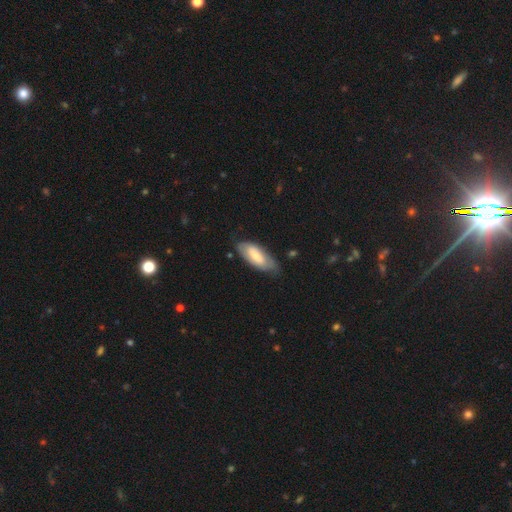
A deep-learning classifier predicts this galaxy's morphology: Q: Smooth or featured?
A: smooth (60%); runner-up: featured or disk (34%)
Q: How rounded?
A: in between (84%); runner-up: cigar-shaped (14%)
Q: Merging?
A: none (65%); runner-up: minor disturbance (26%)